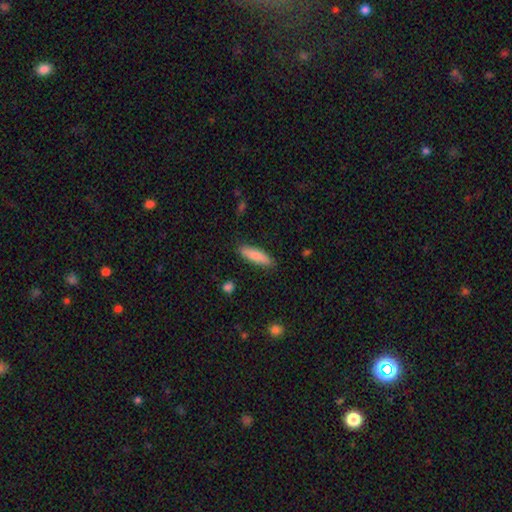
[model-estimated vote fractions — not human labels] Smooth or featured?
  - smooth: 80% *
  - featured or disk: 14%
  - star or artifact: 6%
How rounded?
  - cigar-shaped: 59% *
  - in between: 39%
  - round: 2%
Merging?
  - none: 87% *
  - minor disturbance: 9%
  - major disturbance: 2%
  - merger: 1%